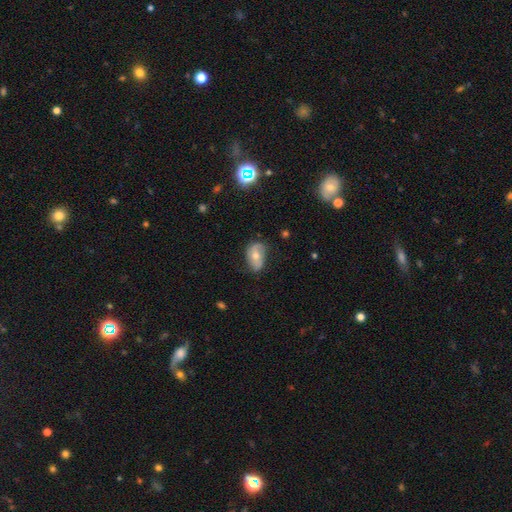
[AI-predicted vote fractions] Overall: smooth (48%; featured or disk 43%). Merging: none (56%; minor disturbance 32%).